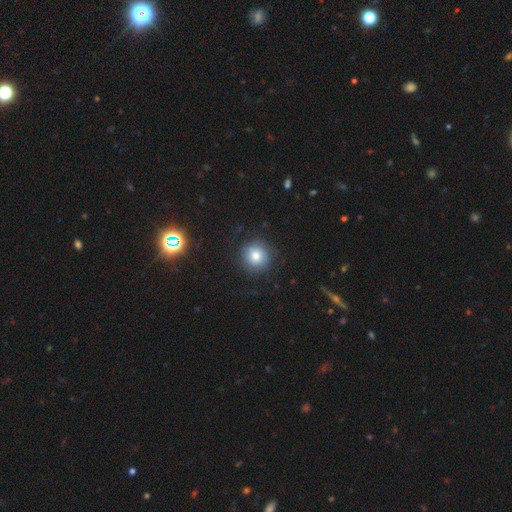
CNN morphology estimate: A smooth galaxy with no disk features (65%) that is round (93%).

Vote fractions:
- Smooth or featured? smooth: 65% / featured or disk: 24% / star or artifact: 11%
- How rounded? round: 93% / in between: 6% / cigar-shaped: 1%
- Merging? none: 78% / minor disturbance: 13% / major disturbance: 8% / merger: 1%